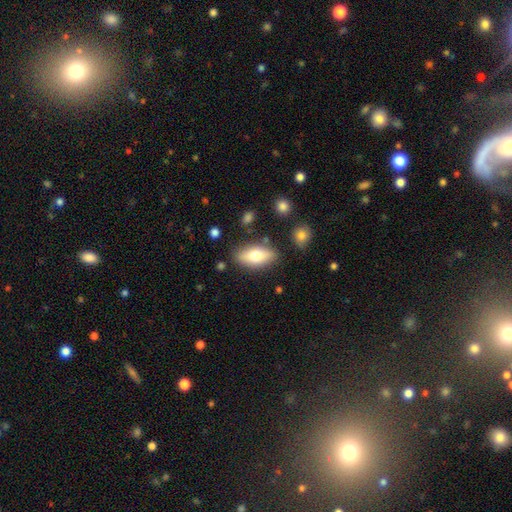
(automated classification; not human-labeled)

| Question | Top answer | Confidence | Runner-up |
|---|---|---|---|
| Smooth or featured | smooth | 70% | featured or disk (23%) |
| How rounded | in between | 82% | cigar-shaped (15%) |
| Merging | none | 80% | minor disturbance (13%) |